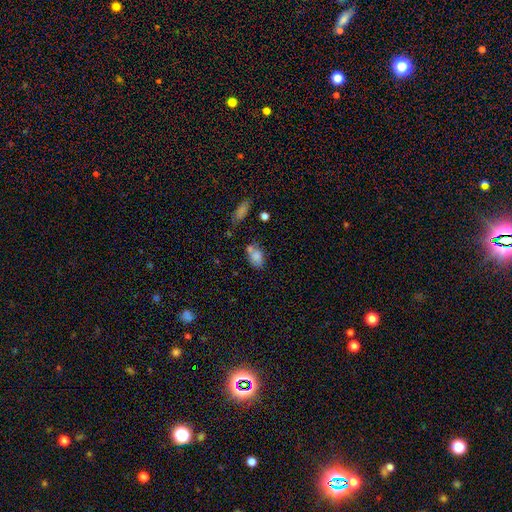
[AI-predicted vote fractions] Overall: smooth (77%). How rounded: in between (83%). Merging: none (49%; minor disturbance 22%).